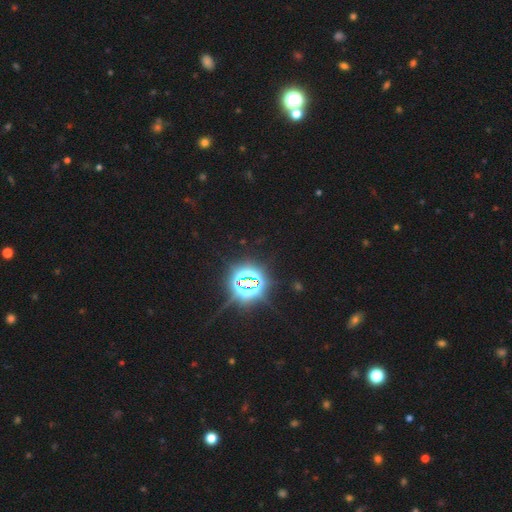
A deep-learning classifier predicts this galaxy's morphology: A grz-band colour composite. It shows a star or artifact, not a galaxy (83%).